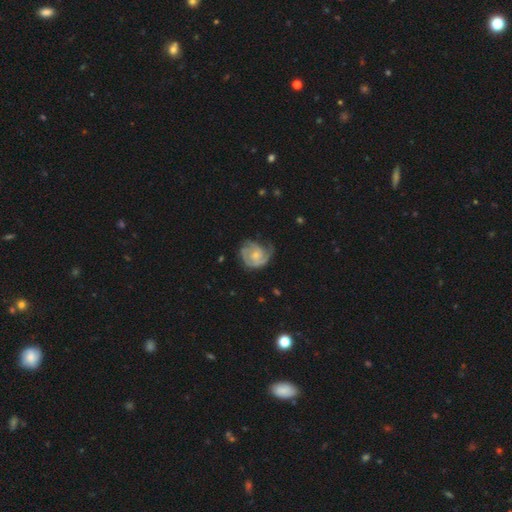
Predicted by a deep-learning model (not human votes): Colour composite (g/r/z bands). It shows a featured or disk galaxy (80%) with no bar (69%), 2 (38%) tight (56%) spiral arms (95%) and a small central bulge (55%). Merging: none (56%).